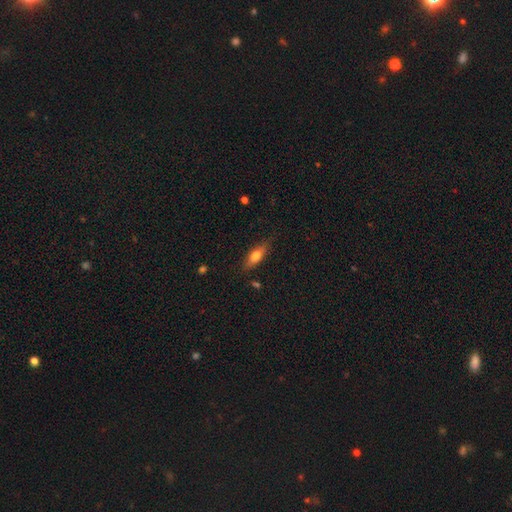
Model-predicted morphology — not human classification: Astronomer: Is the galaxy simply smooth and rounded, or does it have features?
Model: smooth — 68%.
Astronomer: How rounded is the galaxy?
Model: in between — 61%.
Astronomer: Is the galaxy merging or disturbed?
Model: none — 79%.